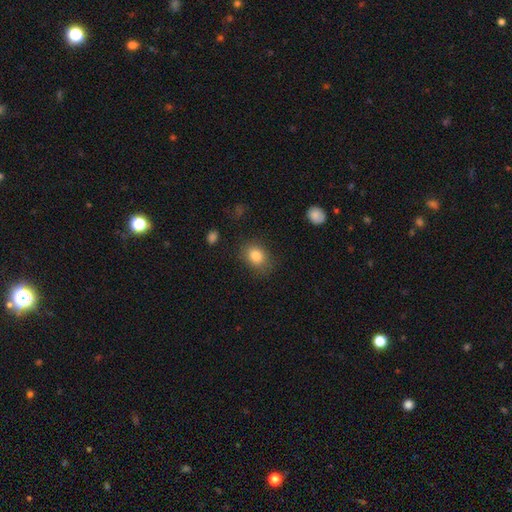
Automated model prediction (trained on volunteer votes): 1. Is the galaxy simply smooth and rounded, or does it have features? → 84% smooth, 10% star or artifact, 6% featured or disk.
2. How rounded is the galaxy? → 53% in between, 45% round, 1% cigar-shaped.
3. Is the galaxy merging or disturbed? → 77% none, 16% minor disturbance, 5% major disturbance, 2% merger.